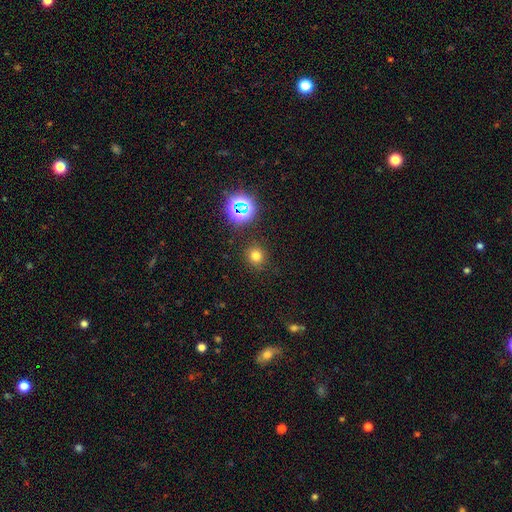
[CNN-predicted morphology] smooth_or_featured: smooth (p=0.71) [alt: star or artifact p=0.22]
how_rounded: round (p=0.89) [alt: in between p=0.10]
merging: none (p=0.87) [alt: minor disturbance p=0.08]